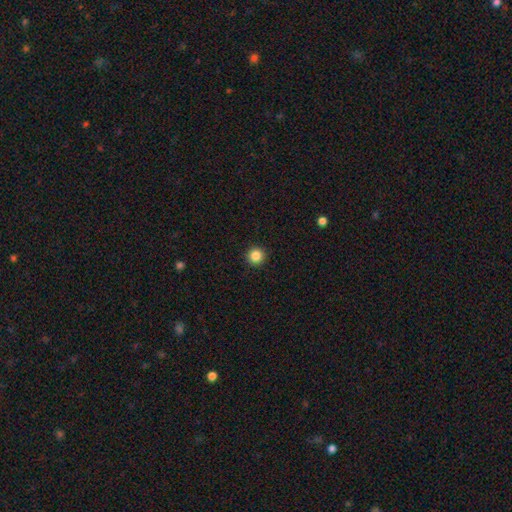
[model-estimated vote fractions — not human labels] smooth-or-featured: smooth: 86% | star or artifact: 11% | featured or disk: 4%
  how-rounded: round: 96% | in between: 3% | cigar-shaped: 1%
  merging: none: 93% | minor disturbance: 4% | major disturbance: 2% | merger: 1%